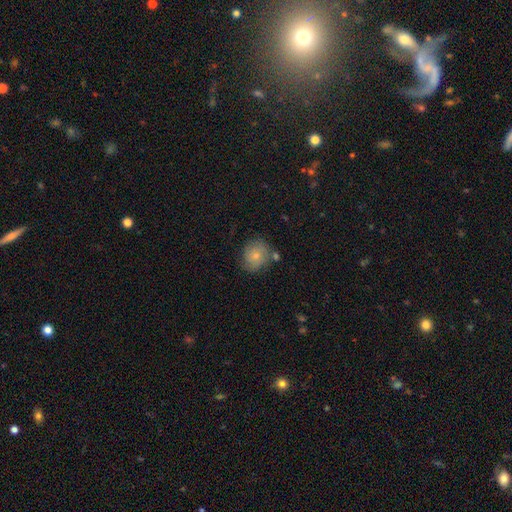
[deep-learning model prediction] Smooth or featured? smooth (65%)
How rounded? round (77%)
Merging? none (66%)